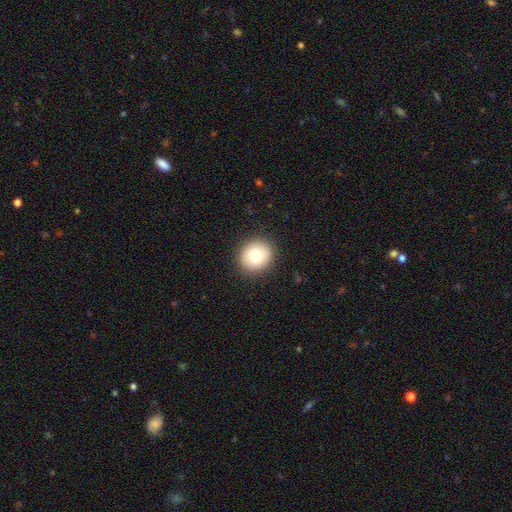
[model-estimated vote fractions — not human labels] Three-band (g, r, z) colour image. It shows a smooth galaxy with no disk features (79%) that is round (82%). Merging: none (90%).